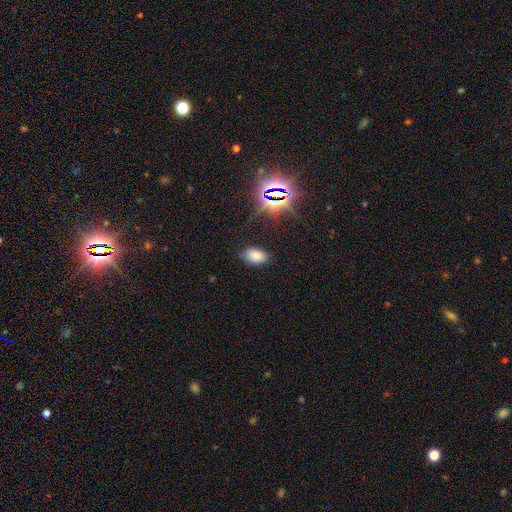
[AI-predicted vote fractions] smooth-or-featured: smooth: 75% | star or artifact: 19% | featured or disk: 7%
  how-rounded: in between: 90% | round: 8% | cigar-shaped: 1%
  merging: none: 84% | minor disturbance: 12% | major disturbance: 3% | merger: 1%